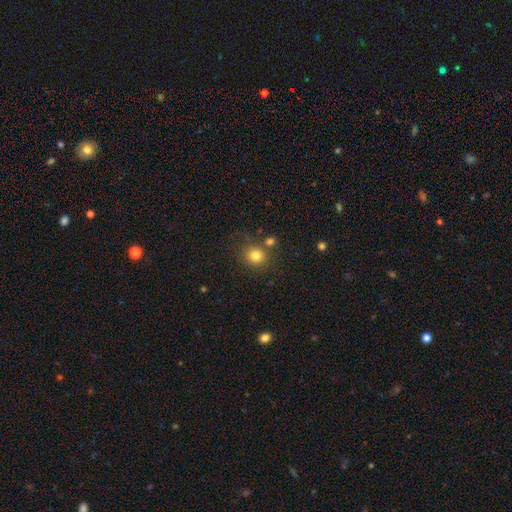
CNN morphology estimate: smooth-or-featured: smooth: 80% | star or artifact: 13% | featured or disk: 7%
  how-rounded: round: 87% | in between: 12% | cigar-shaped: 1%
  merging: none: 75% | merger: 11% | minor disturbance: 10% | major disturbance: 4%